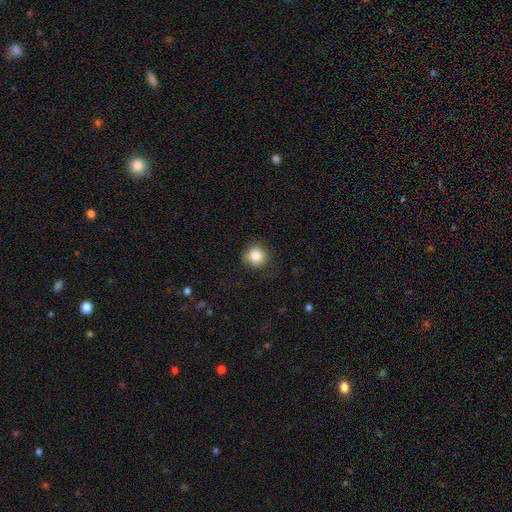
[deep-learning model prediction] Overall: smooth (84%). How rounded: round (91%). Merging: none (81%).